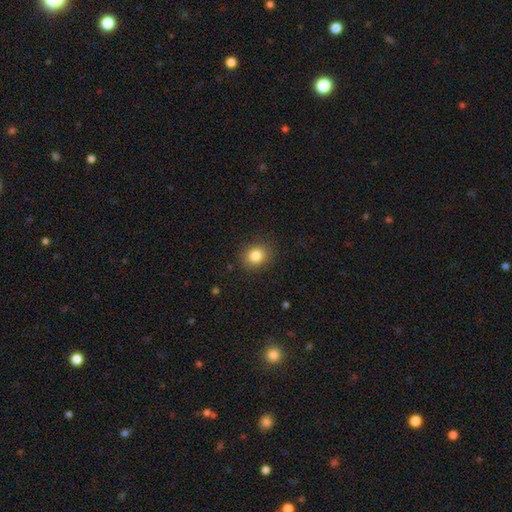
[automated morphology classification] smooth 83%, star or artifact 11%, featured or disk 7%. Down the decision tree: how rounded — round (69%); merging — none (88%).